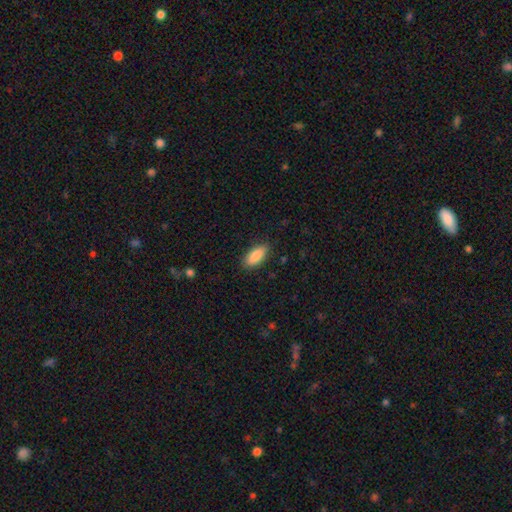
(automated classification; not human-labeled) Smooth or featured?
  - smooth: 88% *
  - star or artifact: 6%
  - featured or disk: 6%
How rounded?
  - in between: 85% *
  - cigar-shaped: 13%
  - round: 2%
Merging?
  - none: 86% *
  - minor disturbance: 10%
  - major disturbance: 2%
  - merger: 1%